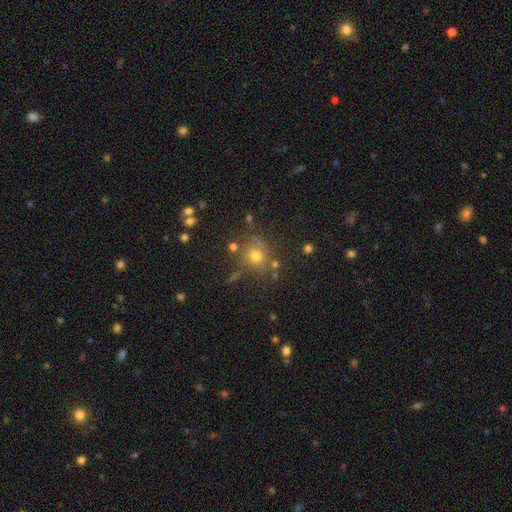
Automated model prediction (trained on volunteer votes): Morphology: type=smooth (65%); roundness=round (85%); merging=none (75%).